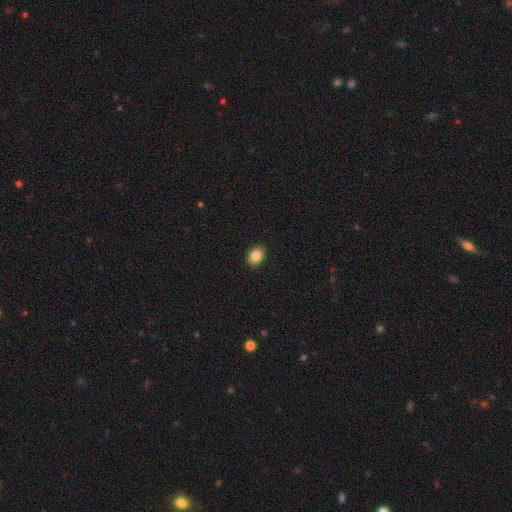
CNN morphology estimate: This appears to be a smooth galaxy with no disk features (85%) that is in between round and cigar-shaped (63%). Merging: none (91%).